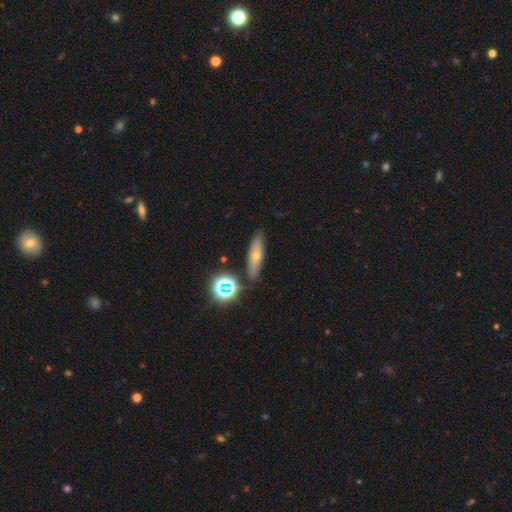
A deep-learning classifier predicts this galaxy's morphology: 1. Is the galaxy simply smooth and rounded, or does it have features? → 49% smooth, 32% featured or disk, 18% star or artifact.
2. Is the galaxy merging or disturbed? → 84% none, 10% minor disturbance, 4% merger, 2% major disturbance.